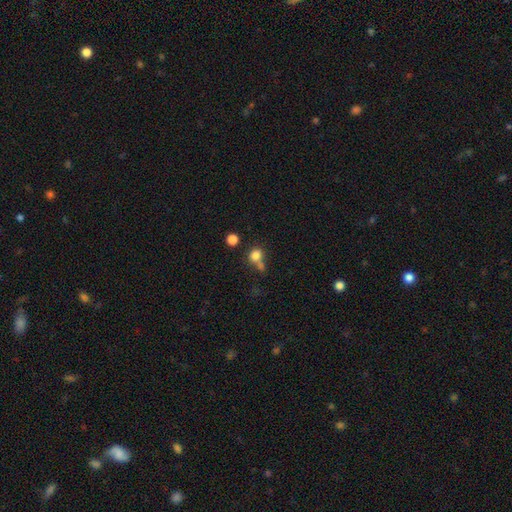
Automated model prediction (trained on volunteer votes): Morphology: type=smooth (78%); roundness=round (77%); merging=none (46%).